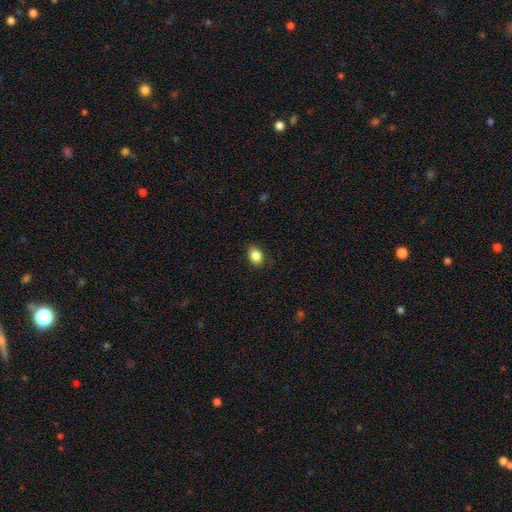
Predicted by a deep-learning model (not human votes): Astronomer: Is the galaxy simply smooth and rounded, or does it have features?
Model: smooth — 86%.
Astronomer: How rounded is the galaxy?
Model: in between — 72%.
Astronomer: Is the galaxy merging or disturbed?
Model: none — 86%.